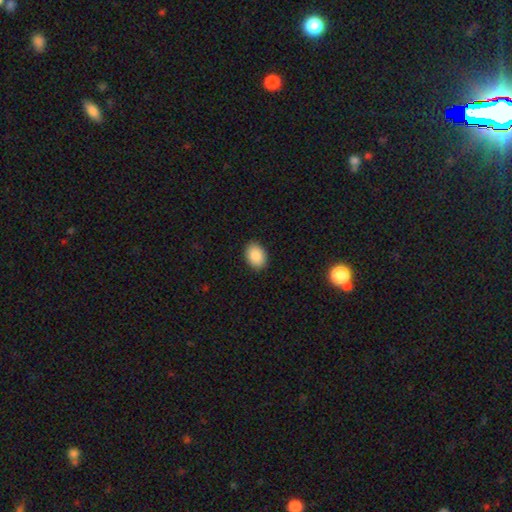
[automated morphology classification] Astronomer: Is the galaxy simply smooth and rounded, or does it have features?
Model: smooth — 89%.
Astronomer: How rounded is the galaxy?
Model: in between — 77%.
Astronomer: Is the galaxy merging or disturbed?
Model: none — 90%.